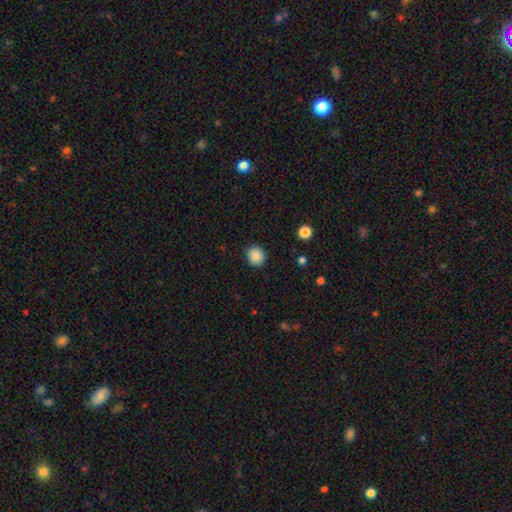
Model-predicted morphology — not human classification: smooth 88%, star or artifact 9%, featured or disk 3%. Down the decision tree: how rounded — round (80%); merging — none (90%).